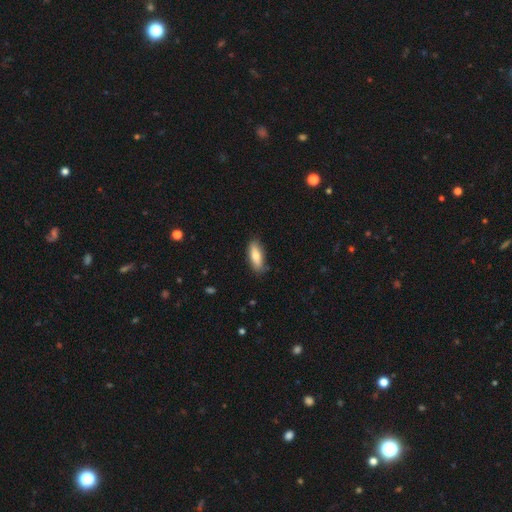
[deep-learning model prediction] Smooth or featured? Predicted: smooth (p=0.77). How rounded? Predicted: in between (p=0.71). Merging? Predicted: none (p=0.81).